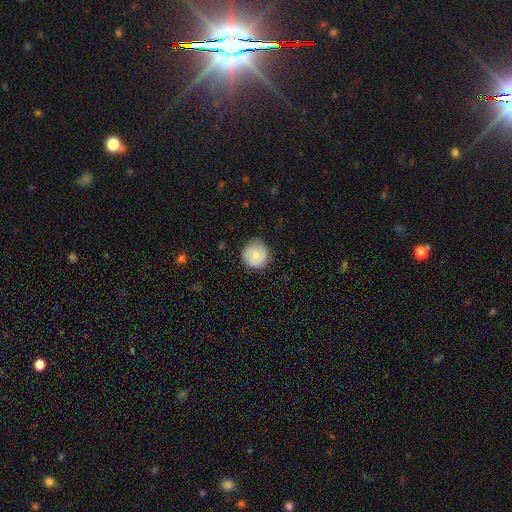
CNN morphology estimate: Smooth or featured? Predicted: smooth (p=0.74). How rounded? Predicted: round (p=0.94). Merging? Predicted: none (p=0.83).